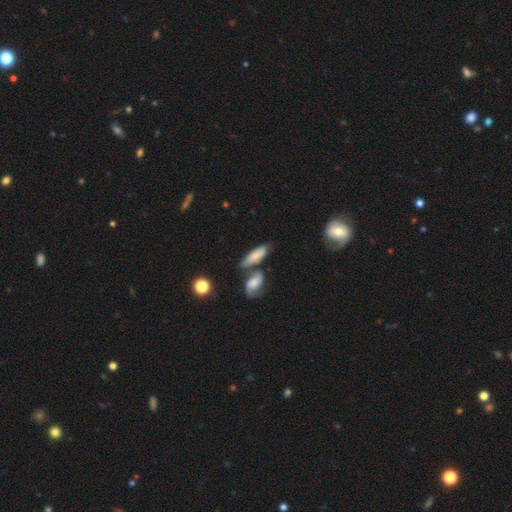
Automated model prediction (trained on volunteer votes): The model was most divided on "merging": none: 49%, merger: 29%, minor disturbance: 17%, major disturbance: 6%. More confident: smooth or featured — smooth (66%); how rounded — in between (63%).